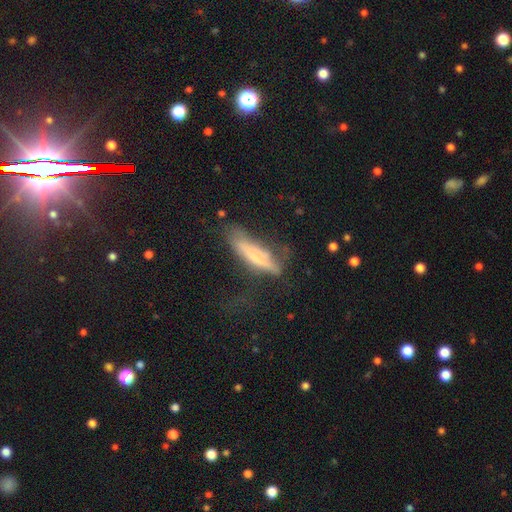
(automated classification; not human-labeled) smooth 54%, featured or disk 38%, star or artifact 8%. Down the decision tree: how rounded — cigar-shaped (76%); merging — none (47%).